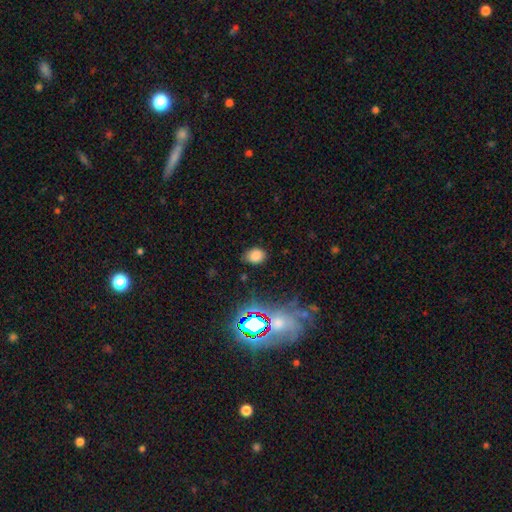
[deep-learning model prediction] Q: Smooth or featured?
A: smooth (76%); runner-up: star or artifact (18%)
Q: How rounded?
A: in between (67%); runner-up: round (32%)
Q: Merging?
A: none (77%); runner-up: minor disturbance (17%)